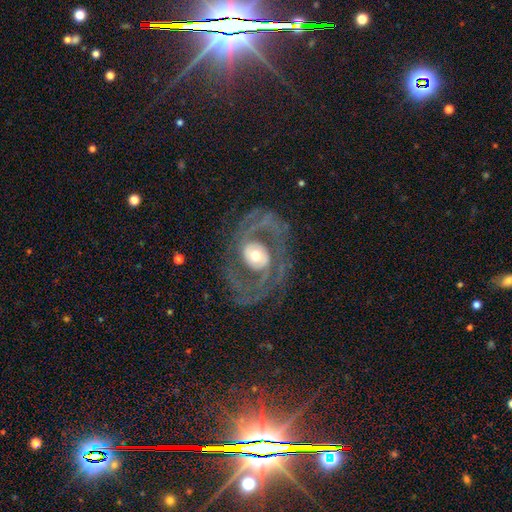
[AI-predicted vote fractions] Overall: featured or disk (62%; star or artifact 27%). Edge-on disk: no (88%). Bar: no (47%; weak 32%). Spiral arms: yes (74%). Bulge size: moderate (60%; small 23%). Merging: none (75%).